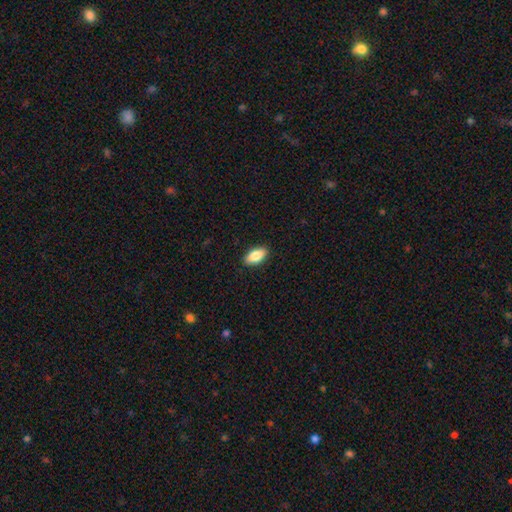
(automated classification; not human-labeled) Q: Smooth or featured?
A: smooth (84%); runner-up: featured or disk (9%)
Q: How rounded?
A: in between (91%); runner-up: cigar-shaped (6%)
Q: Merging?
A: none (90%); runner-up: minor disturbance (7%)